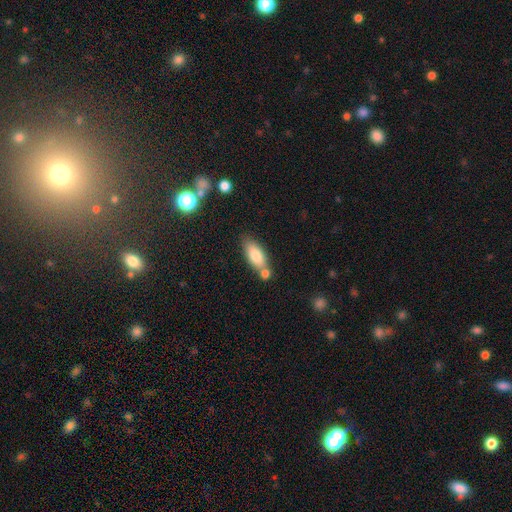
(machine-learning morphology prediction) smooth_or_featured: smooth (p=0.80) [alt: featured or disk p=0.13]
how_rounded: in between (p=0.79) [alt: cigar-shaped p=0.18]
merging: none (p=0.55) [alt: merger p=0.28]